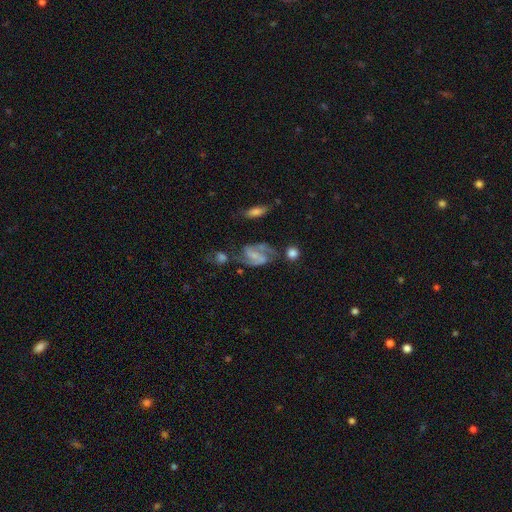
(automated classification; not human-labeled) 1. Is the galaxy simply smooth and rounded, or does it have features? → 83% featured or disk, 10% smooth, 6% star or artifact.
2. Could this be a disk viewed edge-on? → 97% no, 3% yes.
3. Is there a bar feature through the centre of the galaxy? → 44% weak, 33% no, 23% strong.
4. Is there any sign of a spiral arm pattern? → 96% yes, 4% no.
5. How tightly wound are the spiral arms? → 54% medium, 29% loose, 17% tight.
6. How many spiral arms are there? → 91% 2, 3% can't tell, 2% 1, 2% 3, 1% 4, 1% more than 4.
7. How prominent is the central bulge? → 47% small, 26% none, 22% moderate, 3% large, 1% dominant.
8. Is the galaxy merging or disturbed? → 57% none, 20% minor disturbance, 12% major disturbance, 11% merger.